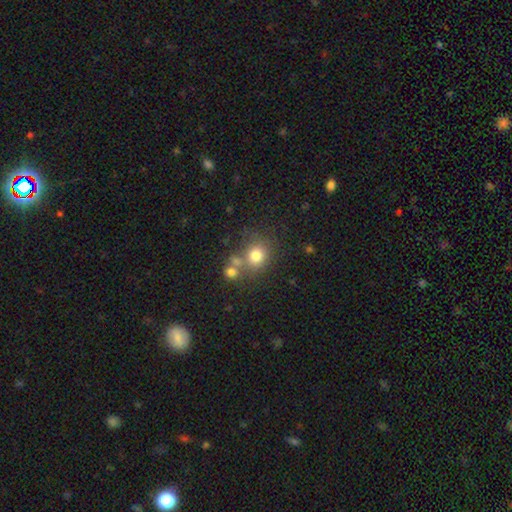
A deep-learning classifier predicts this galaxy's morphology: smooth-or-featured: smooth: 76% | star or artifact: 14% | featured or disk: 10%
  how-rounded: round: 80% | in between: 19% | cigar-shaped: 1%
  merging: none: 60% | merger: 23% | minor disturbance: 12% | major disturbance: 6%